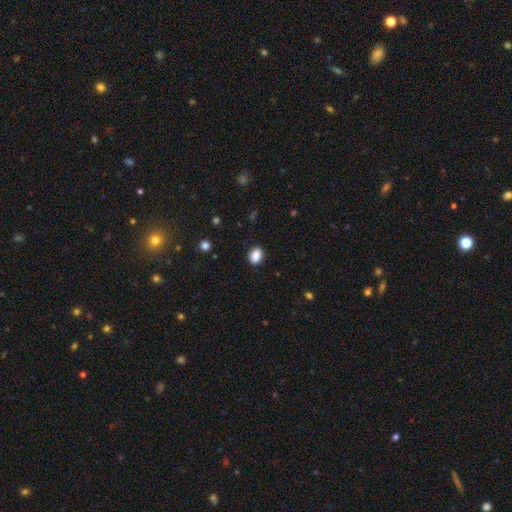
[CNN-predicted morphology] Smooth or featured? Predicted: smooth (p=0.89). How rounded? Predicted: in between (p=0.74). Merging? Predicted: none (p=0.88).